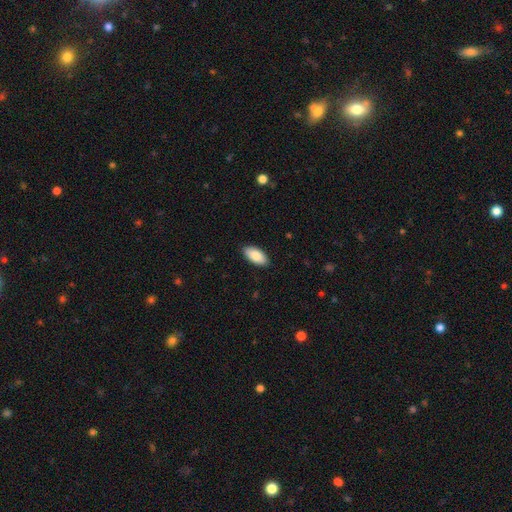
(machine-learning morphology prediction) type=smooth (87%); roundness=in between (93%); merging=none (89%).